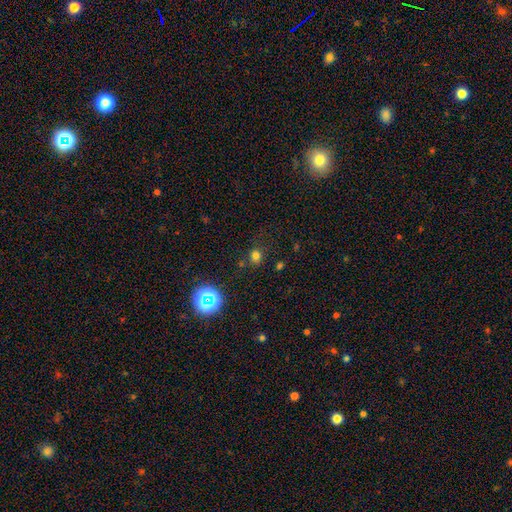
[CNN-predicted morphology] Smooth or featured? smooth (69%)
How rounded? round (72%)
Merging? none (75%)